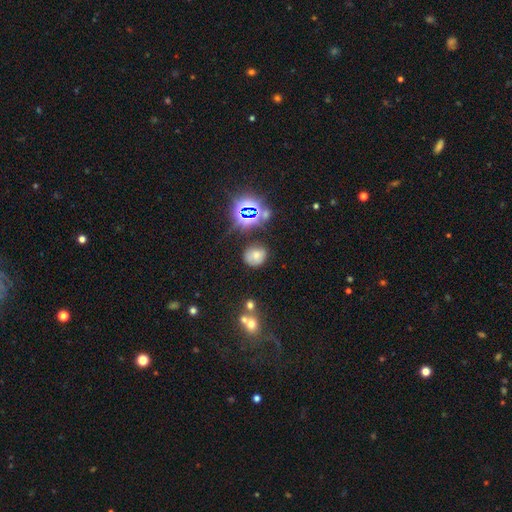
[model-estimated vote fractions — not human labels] smooth_or_featured: smooth (p=0.60) [alt: star or artifact p=0.23]
how_rounded: round (p=0.65) [alt: in between p=0.33]
merging: none (p=0.67) [alt: minor disturbance p=0.20]